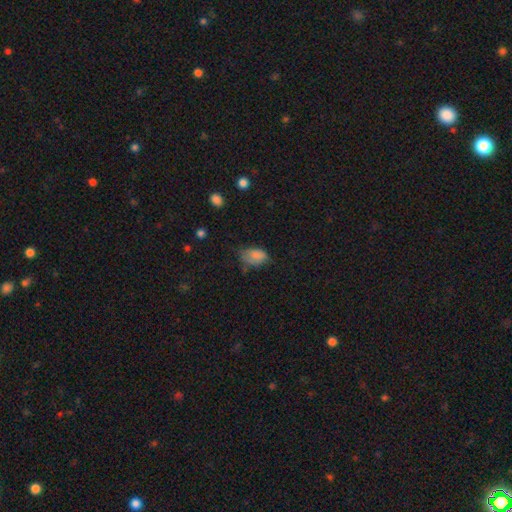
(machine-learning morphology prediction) Overall: smooth (78%). How rounded: in between (87%). Merging: minor disturbance (39%, tied with none).